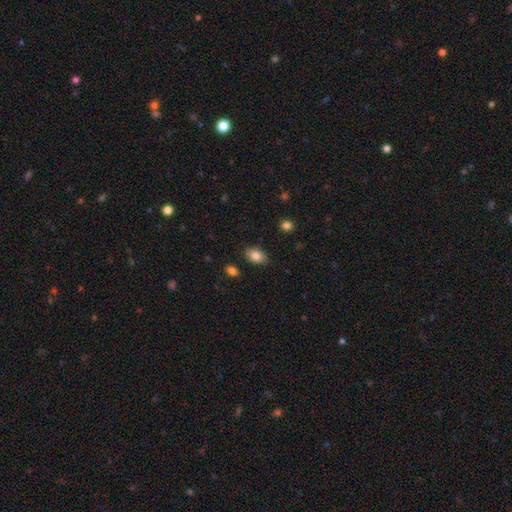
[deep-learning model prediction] Smooth or featured?
  - smooth: 84% *
  - star or artifact: 8%
  - featured or disk: 8%
How rounded?
  - in between: 85% *
  - round: 14%
  - cigar-shaped: 2%
Merging?
  - none: 83% *
  - minor disturbance: 12%
  - major disturbance: 2%
  - merger: 2%